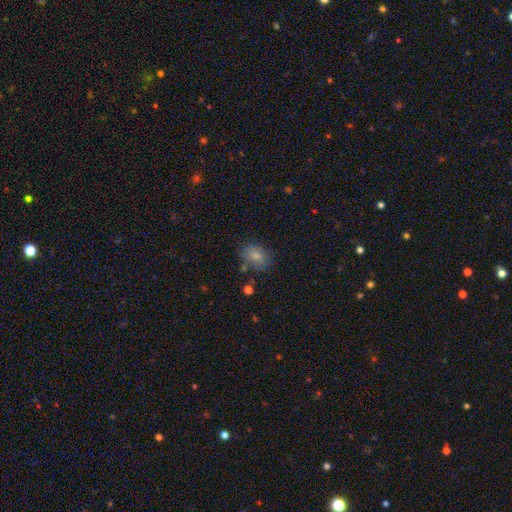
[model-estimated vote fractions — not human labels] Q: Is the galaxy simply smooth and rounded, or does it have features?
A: smooth — 80%.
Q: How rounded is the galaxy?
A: in between — 74%.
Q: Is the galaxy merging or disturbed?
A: none — 71%.